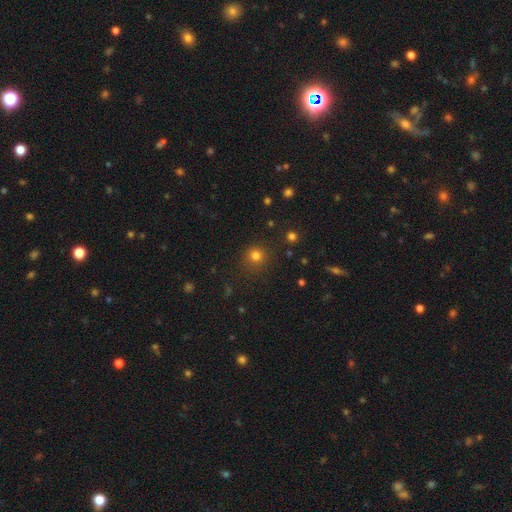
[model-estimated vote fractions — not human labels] Smooth or featured? Predicted: smooth (p=0.77). How rounded? Predicted: round (p=0.91). Merging? Predicted: none (p=0.85).